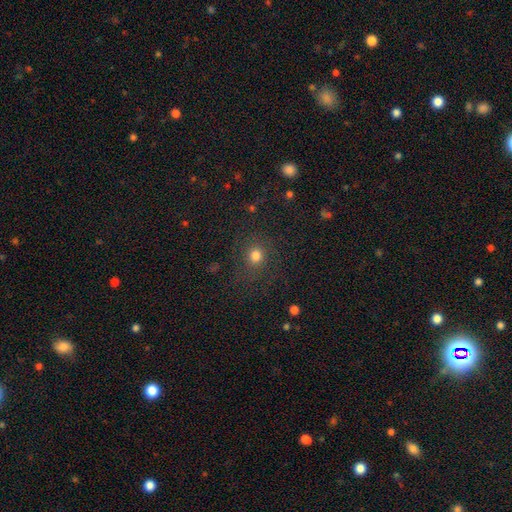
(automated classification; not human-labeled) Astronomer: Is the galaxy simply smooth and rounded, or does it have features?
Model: smooth — 76%.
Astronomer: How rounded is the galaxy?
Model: round — 87%.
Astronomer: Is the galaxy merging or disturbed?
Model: none — 82%.